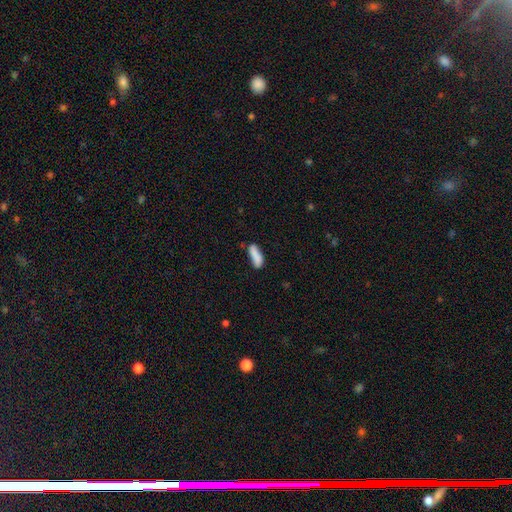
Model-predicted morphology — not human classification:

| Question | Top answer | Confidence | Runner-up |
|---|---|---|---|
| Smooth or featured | smooth | 84% | featured or disk (9%) |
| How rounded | in between | 58% | cigar-shaped (40%) |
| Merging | none | 64% | minor disturbance (24%) |